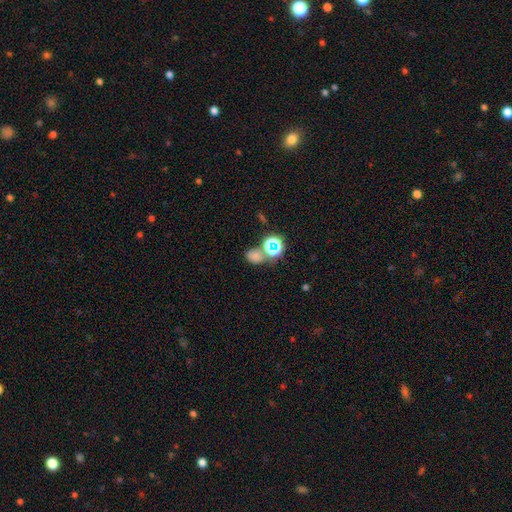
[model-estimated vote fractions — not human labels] Q: Smooth or featured?
A: smooth (62%); runner-up: star or artifact (30%)
Q: How rounded?
A: in between (52%); runner-up: round (47%)
Q: Merging?
A: none (56%); runner-up: merger (26%)